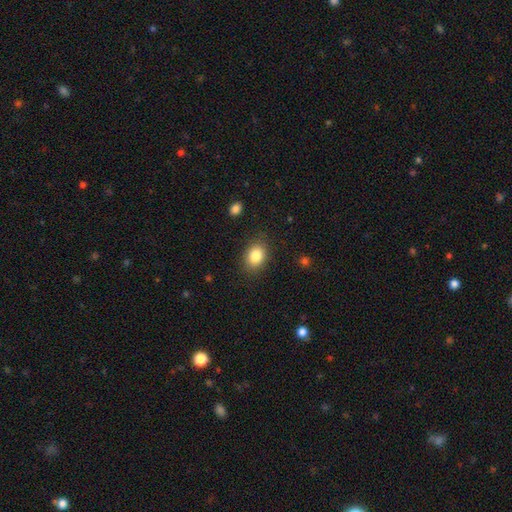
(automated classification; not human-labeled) Smooth or featured: smooth — 84% (star or artifact — 9%)
How rounded: in between — 66% (round — 33%)
Merging: none — 84% (minor disturbance — 12%)